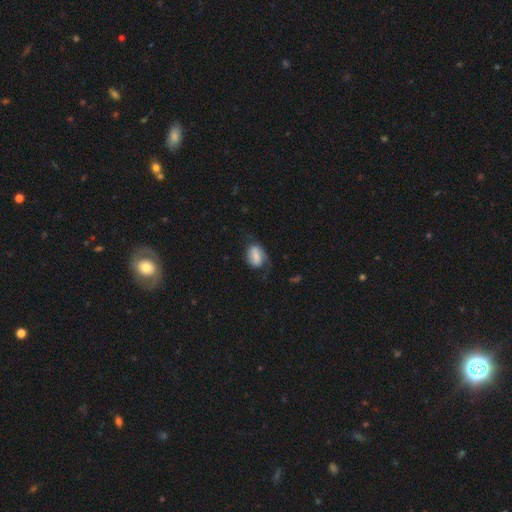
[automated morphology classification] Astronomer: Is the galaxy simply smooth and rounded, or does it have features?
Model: smooth — 49% (runner-up: featured or disk, 43%).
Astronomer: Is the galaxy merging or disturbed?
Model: none — 49% (runner-up: minor disturbance, 29%).